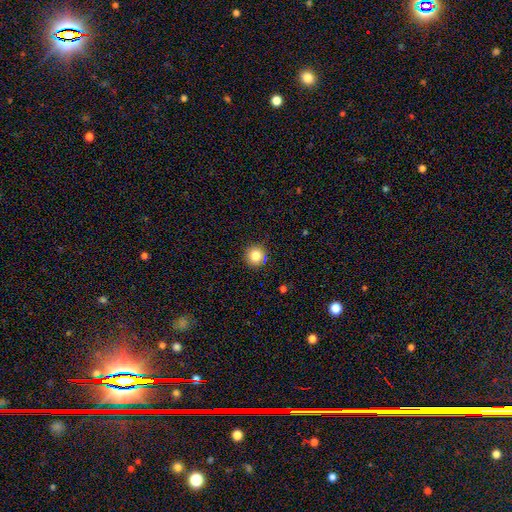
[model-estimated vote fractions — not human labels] Smooth or featured? Predicted: smooth (p=0.81). How rounded? Predicted: round (p=0.95). Merging? Predicted: none (p=0.88).